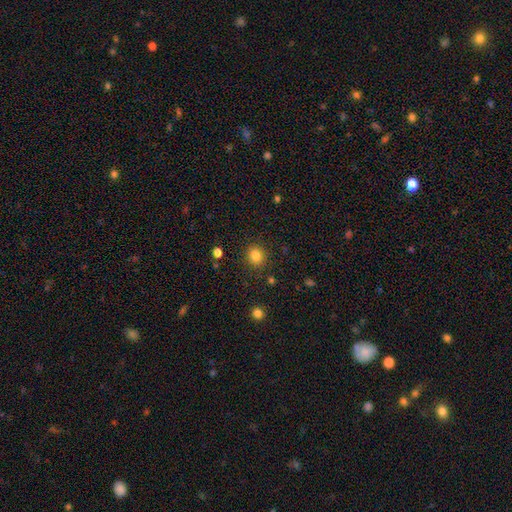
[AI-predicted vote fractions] Q: Smooth or featured?
A: smooth (83%); runner-up: star or artifact (12%)
Q: How rounded?
A: round (80%); runner-up: in between (19%)
Q: Merging?
A: none (89%); runner-up: minor disturbance (7%)